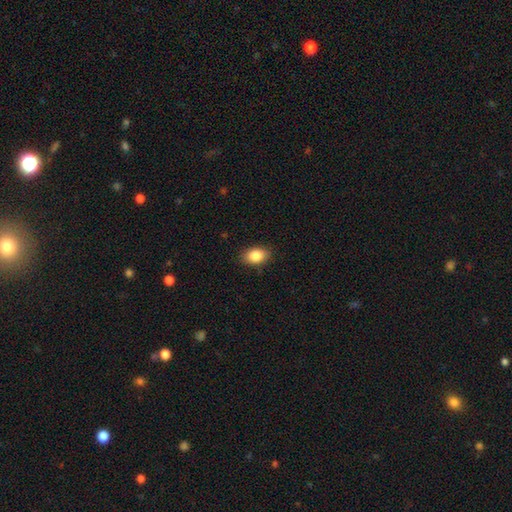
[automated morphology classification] This is clearly a smooth galaxy (86%). How rounded: clearly in between (83%). Merging: clearly none (87%).